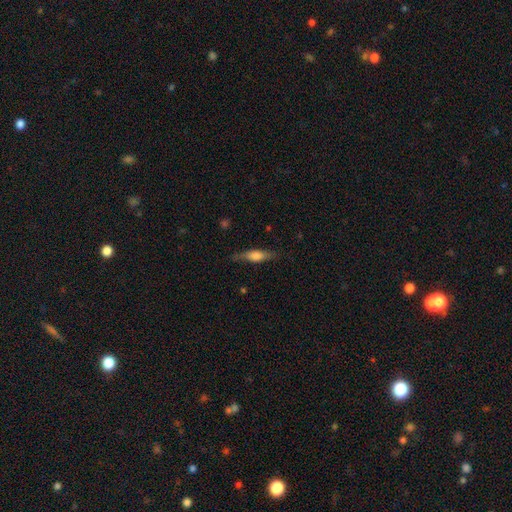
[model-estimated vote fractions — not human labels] Smooth or featured? Predicted: smooth (p=0.56). How rounded? Predicted: cigar-shaped (p=0.64). Merging? Predicted: none (p=0.77).